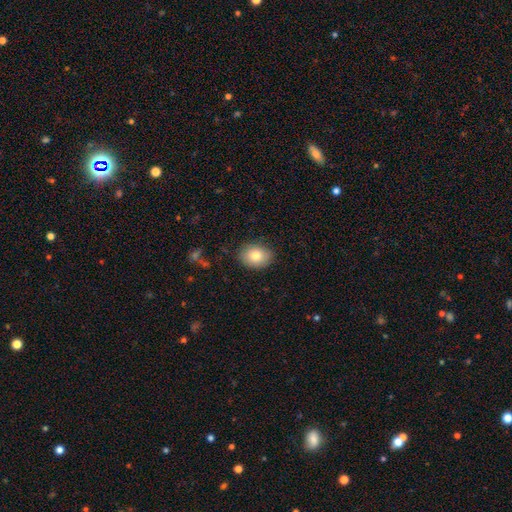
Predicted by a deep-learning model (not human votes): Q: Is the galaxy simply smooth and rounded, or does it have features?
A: smooth — 80%.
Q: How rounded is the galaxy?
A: in between — 58%.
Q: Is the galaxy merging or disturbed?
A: none — 86%.